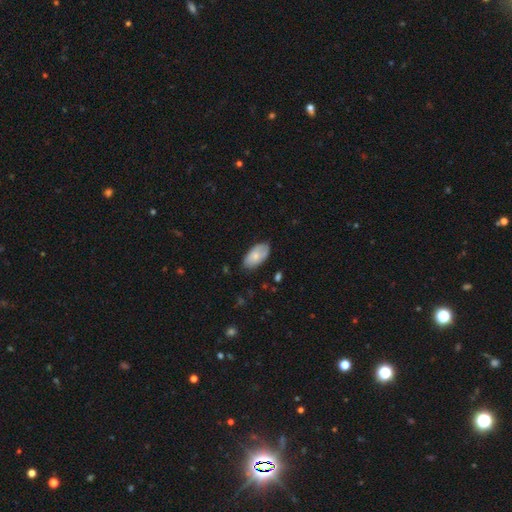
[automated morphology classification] The model was most divided on "smooth or featured": smooth: 72%, featured or disk: 22%, star or artifact: 6%. More confident: how rounded — in between (94%); merging — none (72%).